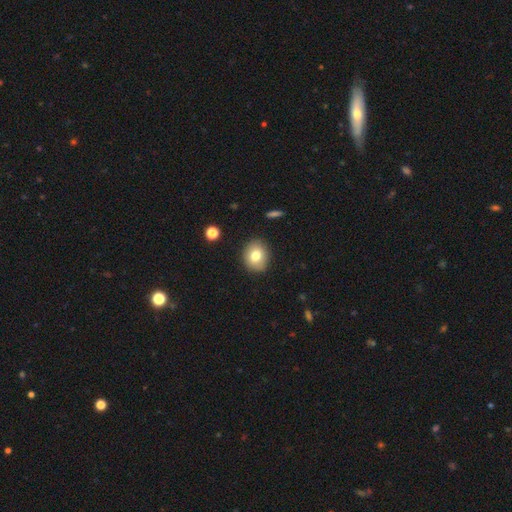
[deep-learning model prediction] This is likely a smooth galaxy (77%). How rounded: likely round (64%). Merging: clearly none (87%).